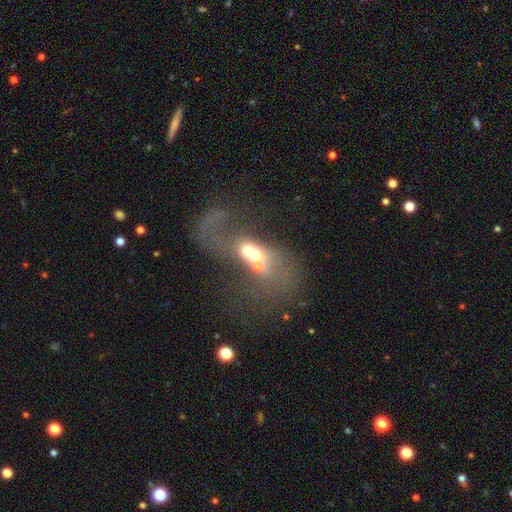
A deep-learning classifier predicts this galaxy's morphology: A featured or disk galaxy (53%). Merging: merger (68%).